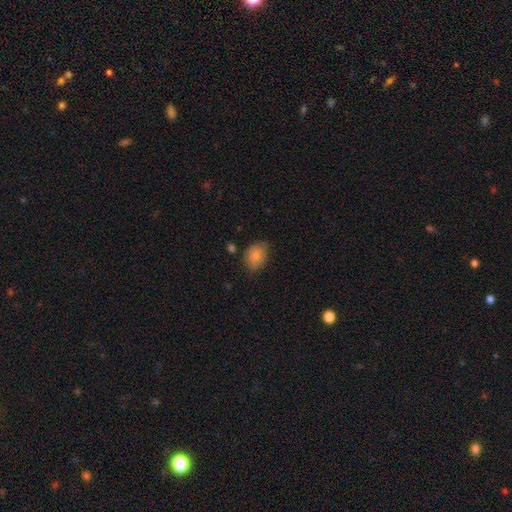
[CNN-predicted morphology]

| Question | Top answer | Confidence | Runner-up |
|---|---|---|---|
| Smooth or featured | smooth | 83% | featured or disk (9%) |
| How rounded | in between | 59% | round (40%) |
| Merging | none | 67% | minor disturbance (26%) |